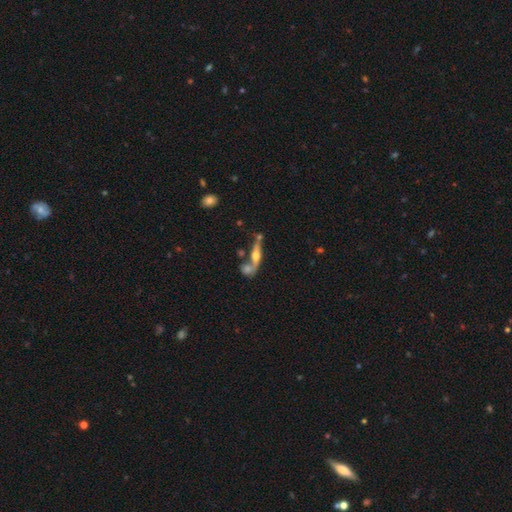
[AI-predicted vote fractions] This is likely a featured or disk galaxy (60%). It is likely viewed edge-on (76%). Merging: marginally none (42%).